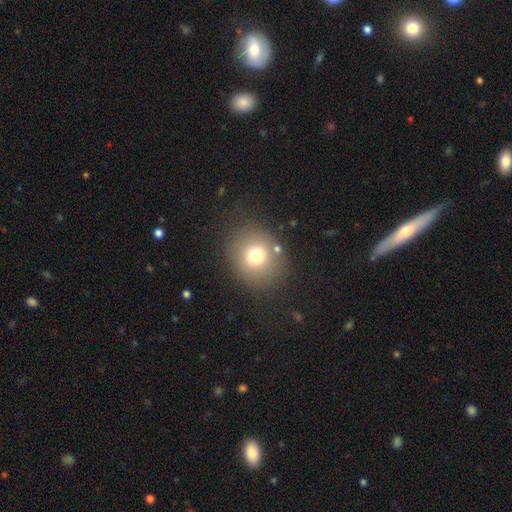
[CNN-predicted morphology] smooth_or_featured: smooth (p=0.72) [alt: star or artifact p=0.15]
how_rounded: round (p=0.81) [alt: in between p=0.18]
merging: none (p=0.79) [alt: minor disturbance p=0.11]